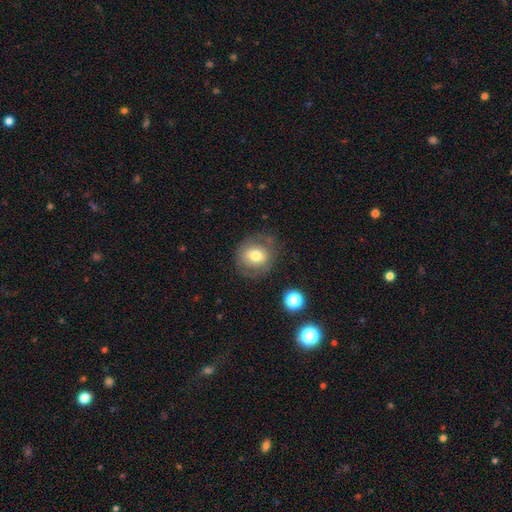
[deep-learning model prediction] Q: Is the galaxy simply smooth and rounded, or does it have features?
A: smooth — 64%.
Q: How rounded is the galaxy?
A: round — 81%.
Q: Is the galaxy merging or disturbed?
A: none — 74%.